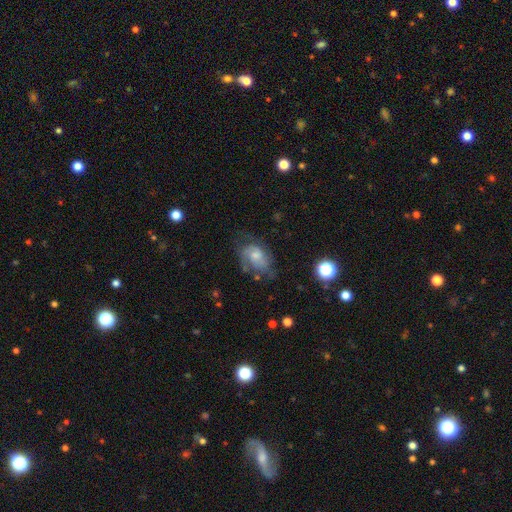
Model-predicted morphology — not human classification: Smooth or featured? Predicted: featured or disk (p=0.55). Edge-on disk? Predicted: no (p=0.97). Bar? Predicted: no (p=0.66). Spiral arms? Predicted: yes (p=0.73). Bulge size? Predicted: moderate (p=0.41). Merging? Predicted: none (p=0.41).